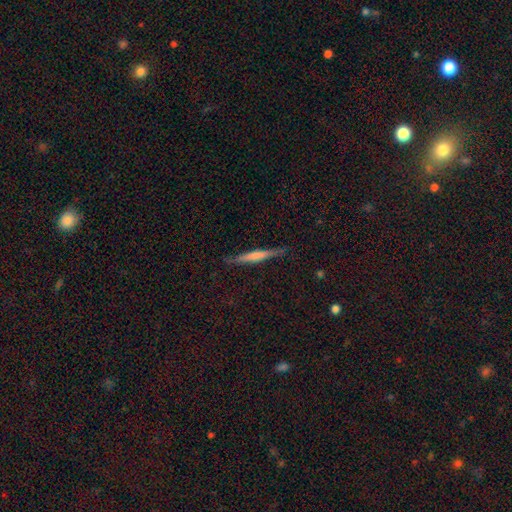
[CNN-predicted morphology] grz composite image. It shows a featured or disk galaxy (49%). Merging: none (84%).